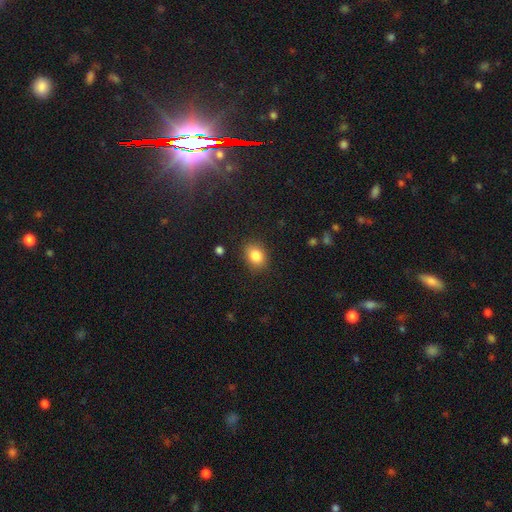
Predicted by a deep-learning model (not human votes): Smooth or featured: smooth — 85% (star or artifact — 9%)
How rounded: in between — 59% (round — 40%)
Merging: none — 85% (minor disturbance — 11%)